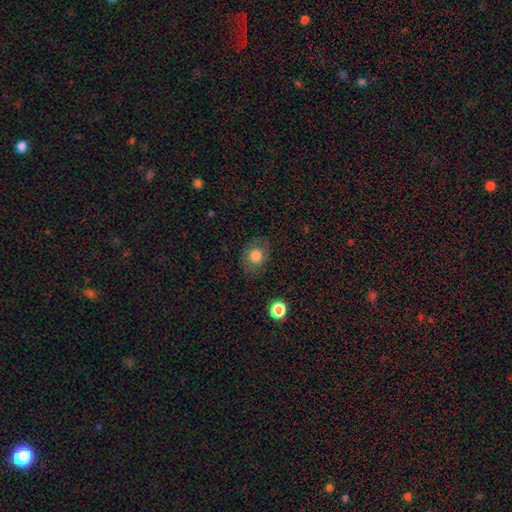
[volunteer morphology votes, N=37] A smooth galaxy with no disk features (76%) that is round (68%).

Vote fractions:
- Smooth or featured? smooth: 76% / featured or disk: 19% / star or artifact: 5%
- How rounded? round: 68% / in between: 32% / cigar-shaped: 0%
- Merging? none: 69% / minor disturbance: 23% / major disturbance: 6% / merger: 3%